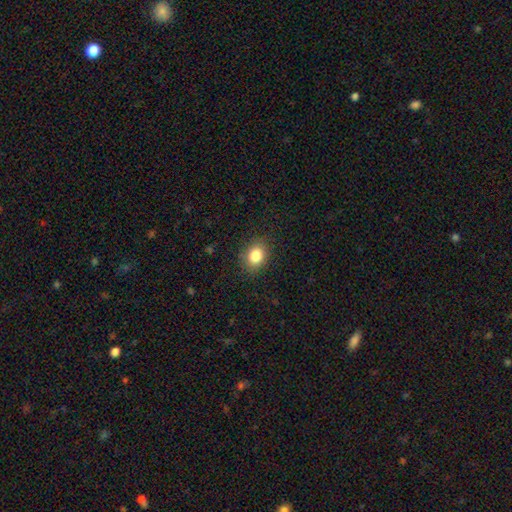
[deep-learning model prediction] smooth_or_featured: smooth (p=0.84) [alt: star or artifact p=0.10]
how_rounded: in between (p=0.62) [alt: round p=0.37]
merging: none (p=0.86) [alt: minor disturbance p=0.10]